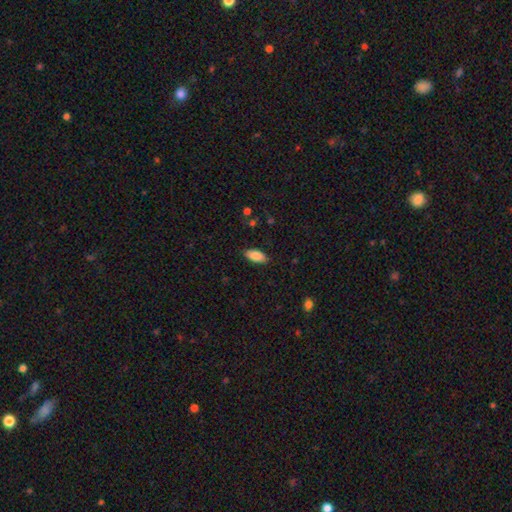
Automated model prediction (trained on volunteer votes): Smooth or featured?
  - smooth: 86% *
  - featured or disk: 7%
  - star or artifact: 7%
How rounded?
  - in between: 88% *
  - cigar-shaped: 10%
  - round: 2%
Merging?
  - none: 87% *
  - minor disturbance: 10%
  - major disturbance: 2%
  - merger: 1%